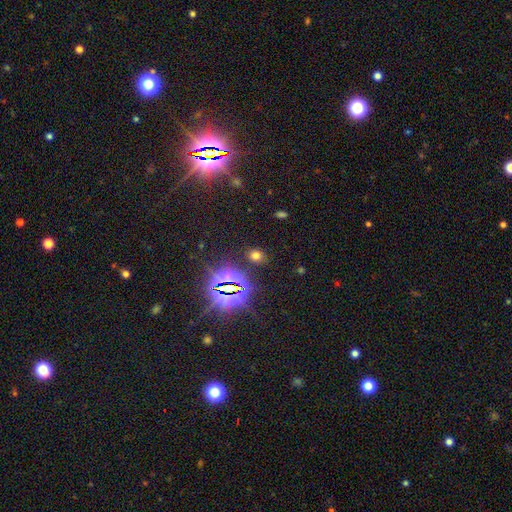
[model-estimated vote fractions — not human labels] Smooth or featured?
  - smooth: 54% *
  - star or artifact: 39%
  - featured or disk: 7%
How rounded?
  - round: 52% *
  - in between: 46%
  - cigar-shaped: 2%
Merging?
  - none: 85% *
  - minor disturbance: 9%
  - major disturbance: 3%
  - merger: 3%